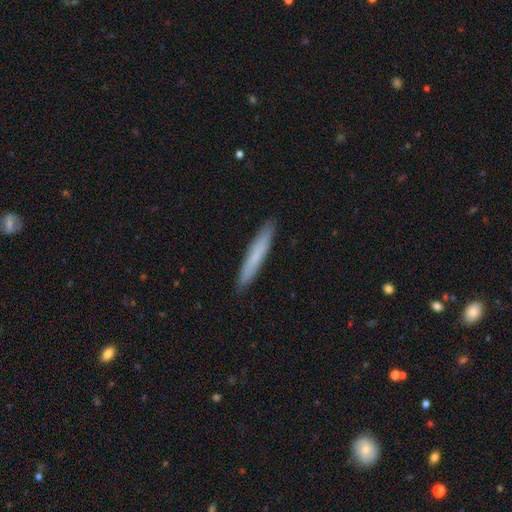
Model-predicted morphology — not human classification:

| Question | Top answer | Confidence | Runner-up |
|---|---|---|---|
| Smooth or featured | smooth | 69% | featured or disk (25%) |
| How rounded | cigar-shaped | 95% | in between (4%) |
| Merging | none | 91% | minor disturbance (7%) |